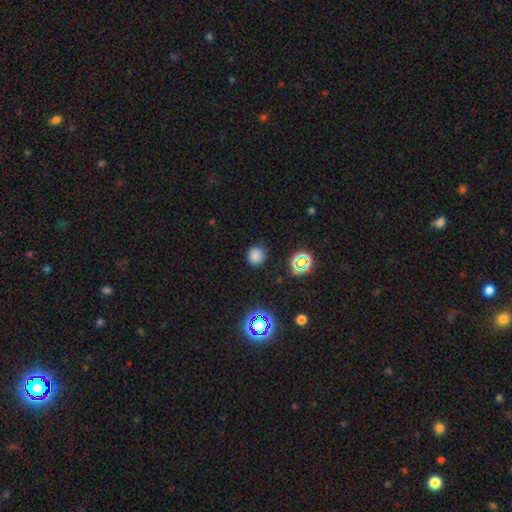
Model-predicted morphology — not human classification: The model was most divided on "smooth or featured": smooth: 76%, star or artifact: 20%, featured or disk: 4%. More confident: how rounded — round (93%); merging — none (87%).